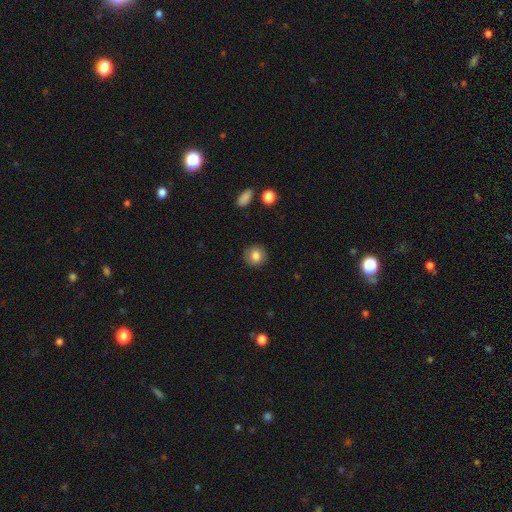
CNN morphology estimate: Smooth or featured?
  - smooth: 80% *
  - featured or disk: 11%
  - star or artifact: 9%
How rounded?
  - round: 87% *
  - in between: 12%
  - cigar-shaped: 1%
Merging?
  - none: 87% *
  - minor disturbance: 10%
  - major disturbance: 3%
  - merger: 1%